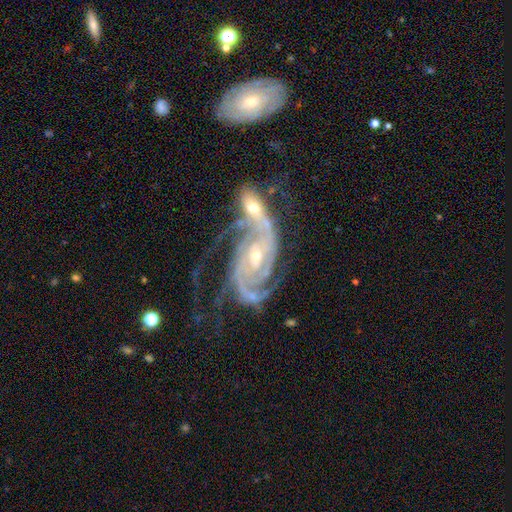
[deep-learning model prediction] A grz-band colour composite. It shows a featured or disk galaxy (91%) with no bar (55%), 2 (60%) tight (44%) spiral arms (98%) and a small central bulge (53%). Merging: merger (36%).